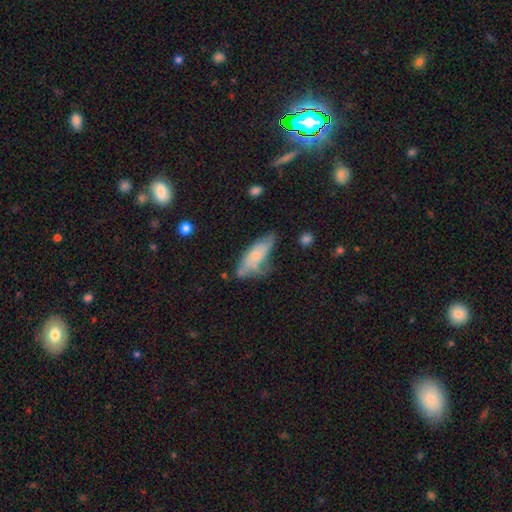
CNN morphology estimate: This appears to be a smooth galaxy with no disk features (54%) that is in between round and cigar-shaped (70%). Merging: none (42%).